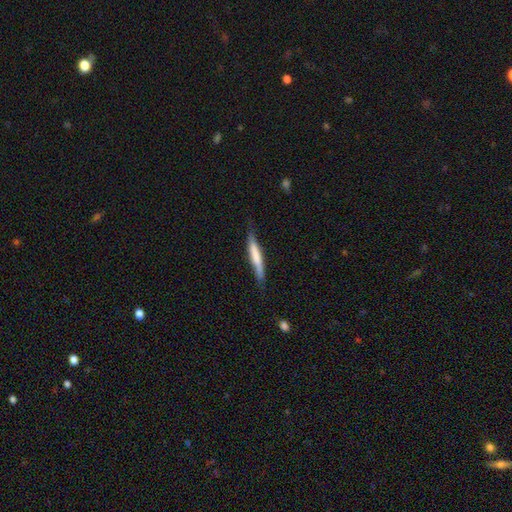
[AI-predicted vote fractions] Overall: smooth (62%; featured or disk 33%). How rounded: cigar-shaped (93%). Merging: none (71%).